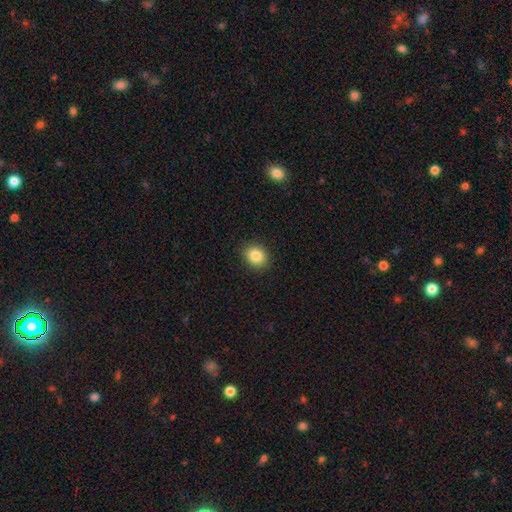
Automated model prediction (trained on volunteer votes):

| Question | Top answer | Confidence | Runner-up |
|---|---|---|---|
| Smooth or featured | smooth | 85% | star or artifact (10%) |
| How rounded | round | 67% | in between (33%) |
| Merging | none | 90% | minor disturbance (7%) |